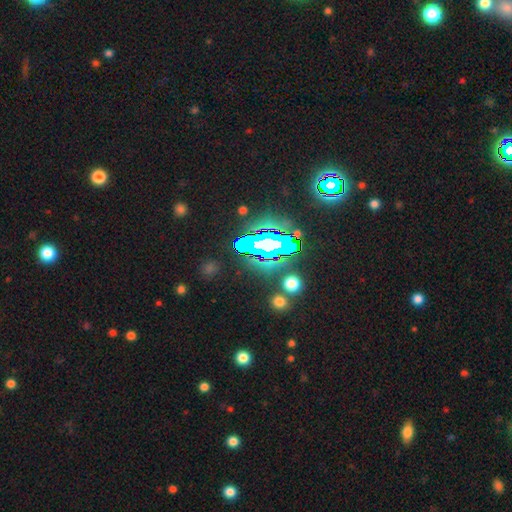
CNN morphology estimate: Smooth or featured?
  - star or artifact: 80% *
  - smooth: 11%
  - featured or disk: 9%